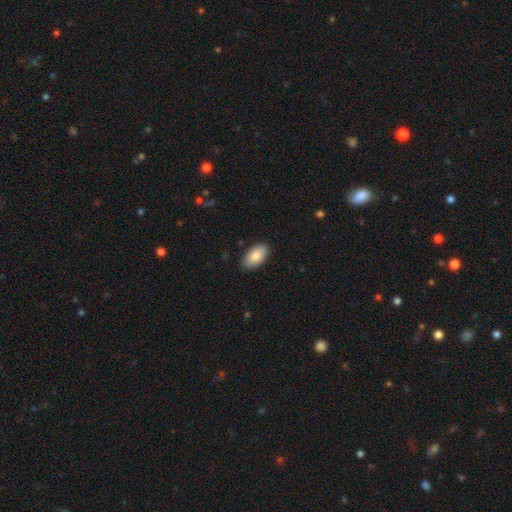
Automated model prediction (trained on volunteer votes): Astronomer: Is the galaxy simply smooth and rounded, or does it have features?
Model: smooth — 85%.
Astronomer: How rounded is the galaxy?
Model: in between — 95%.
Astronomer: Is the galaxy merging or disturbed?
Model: none — 87%.